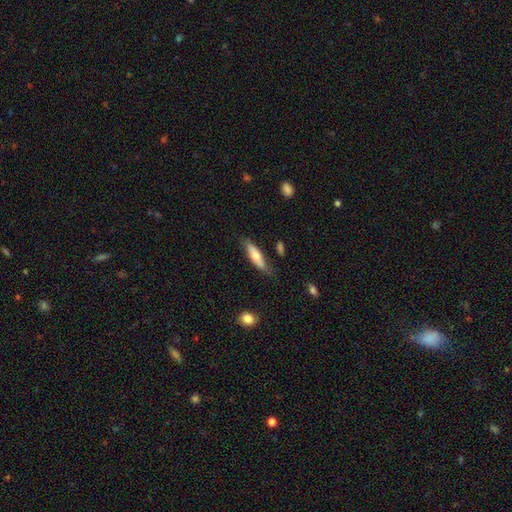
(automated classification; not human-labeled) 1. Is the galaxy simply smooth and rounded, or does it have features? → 66% smooth, 28% featured or disk, 6% star or artifact.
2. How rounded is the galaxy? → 64% cigar-shaped, 34% in between, 2% round.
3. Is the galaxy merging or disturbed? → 76% none, 18% minor disturbance, 4% major disturbance, 2% merger.